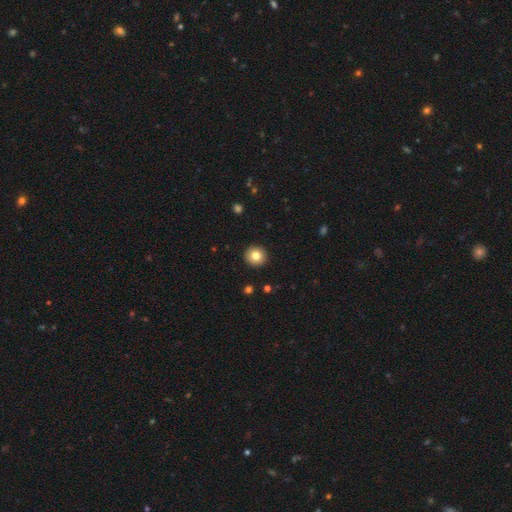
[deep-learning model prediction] The model was most divided on "smooth or featured": smooth: 81%, star or artifact: 10%, featured or disk: 9%. More confident: how rounded — round (94%); merging — none (93%).